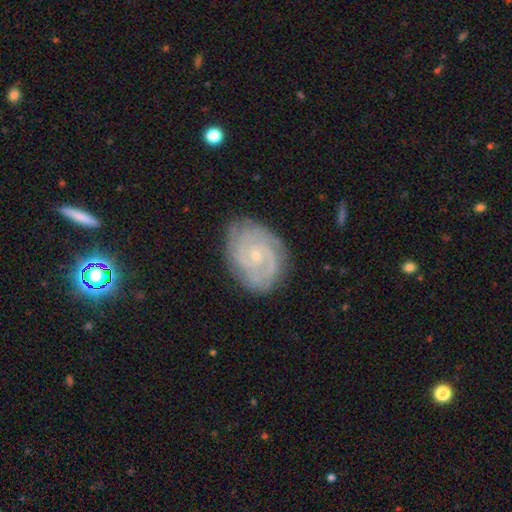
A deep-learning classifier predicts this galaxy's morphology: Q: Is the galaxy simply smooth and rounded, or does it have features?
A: featured or disk — 87%.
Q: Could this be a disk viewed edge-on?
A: no — 98%.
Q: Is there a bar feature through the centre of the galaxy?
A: no — 68%.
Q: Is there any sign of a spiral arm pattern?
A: yes — 98%.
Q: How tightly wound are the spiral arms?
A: tight — 73%.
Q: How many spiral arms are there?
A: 2 — 46%.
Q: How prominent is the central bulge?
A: small — 80%.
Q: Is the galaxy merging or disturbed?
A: none — 82%.